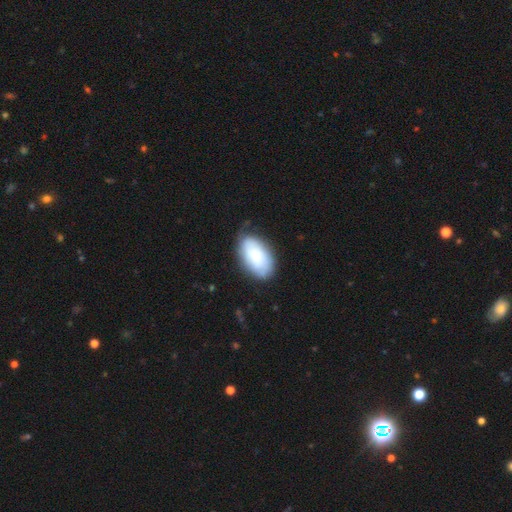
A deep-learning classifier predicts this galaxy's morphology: Smooth or featured?
  - smooth: 73% *
  - featured or disk: 20%
  - star or artifact: 7%
How rounded?
  - in between: 94% *
  - round: 5%
  - cigar-shaped: 1%
Merging?
  - none: 70% *
  - minor disturbance: 22%
  - major disturbance: 6%
  - merger: 2%